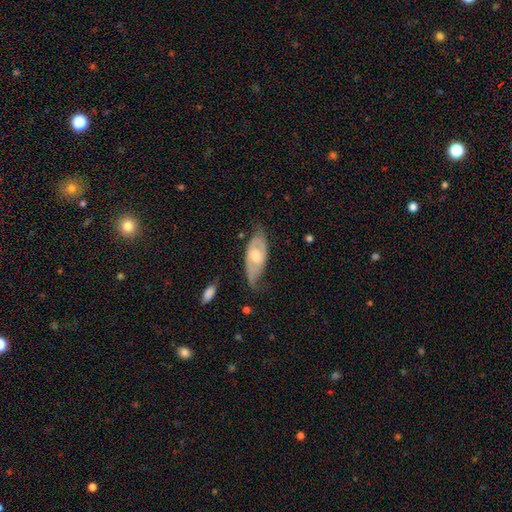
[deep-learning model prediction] A featured or disk galaxy (63%) with no bar (61%), spiral arms (72%) and a moderate central bulge (65%). Merging: none (53%).